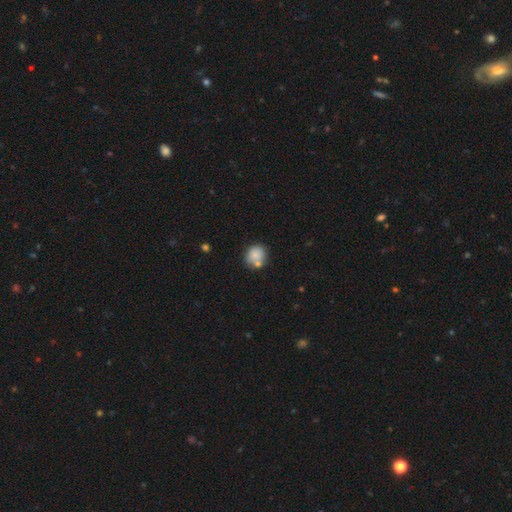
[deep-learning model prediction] smooth 79%, featured or disk 12%, star or artifact 9%. Down the decision tree: how rounded — round (79%); merging — none (59%).